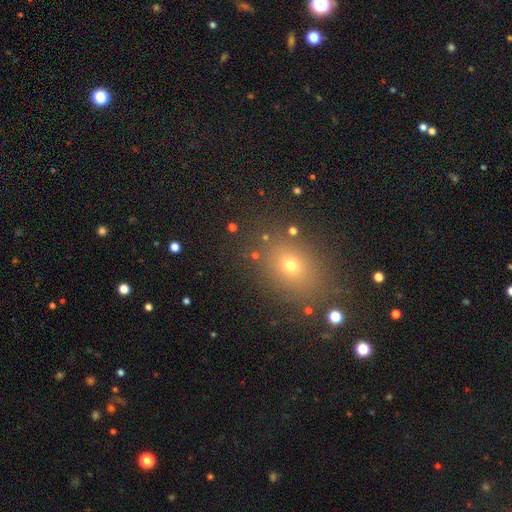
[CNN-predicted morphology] The model was most divided on "how rounded": in between: 50%, round: 48%, cigar-shaped: 2%. More confident: merging — none (81%); smooth or featured — smooth (62%).